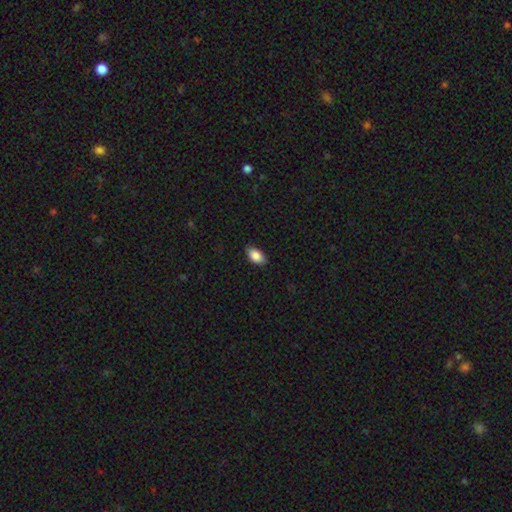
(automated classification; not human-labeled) Smooth or featured?
  - smooth: 87% *
  - star or artifact: 7%
  - featured or disk: 6%
How rounded?
  - in between: 93% *
  - round: 4%
  - cigar-shaped: 3%
Merging?
  - none: 85% *
  - minor disturbance: 12%
  - major disturbance: 2%
  - merger: 1%